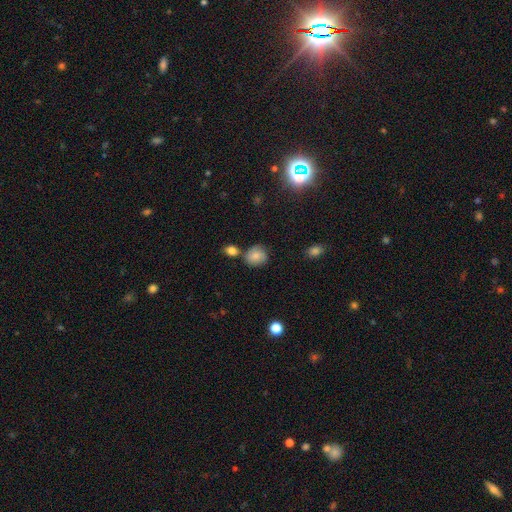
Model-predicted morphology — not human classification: Smooth or featured: smooth — 75% (featured or disk — 16%)
How rounded: round — 74% (in between — 25%)
Merging: none — 66% (minor disturbance — 18%)